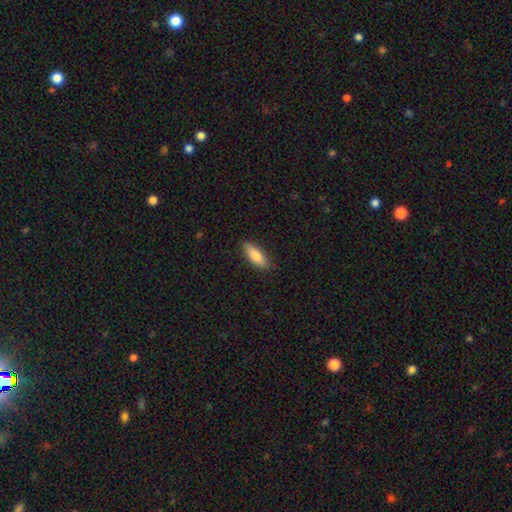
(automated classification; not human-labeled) smooth-or-featured: smooth: 83% | featured or disk: 11% | star or artifact: 6%
  how-rounded: in between: 66% | cigar-shaped: 32% | round: 2%
  merging: none: 86% | minor disturbance: 10% | major disturbance: 2% | merger: 1%